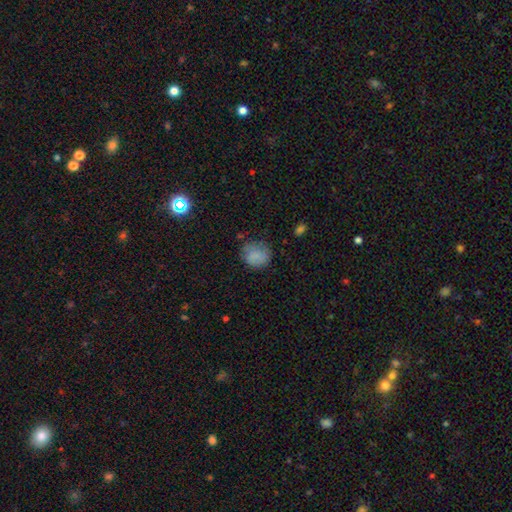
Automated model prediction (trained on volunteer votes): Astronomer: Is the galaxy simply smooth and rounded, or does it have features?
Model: smooth — 81%.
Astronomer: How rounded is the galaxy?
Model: round — 77%.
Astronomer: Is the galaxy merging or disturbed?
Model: none — 67%.